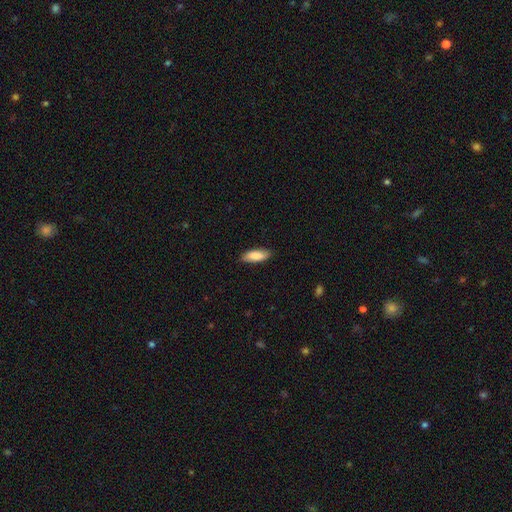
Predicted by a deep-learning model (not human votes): Smooth or featured: smooth — 84% (featured or disk — 11%)
How rounded: in between — 68% (cigar-shaped — 31%)
Merging: none — 85% (minor disturbance — 12%)